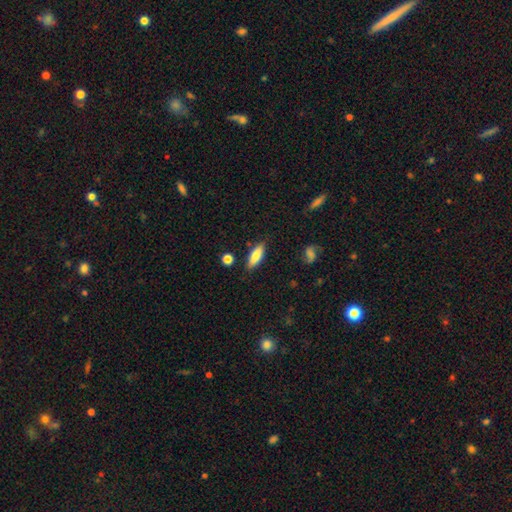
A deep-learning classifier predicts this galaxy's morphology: smooth 78%, featured or disk 16%, star or artifact 6%. Down the decision tree: how rounded — in between (53%); merging — none (84%).